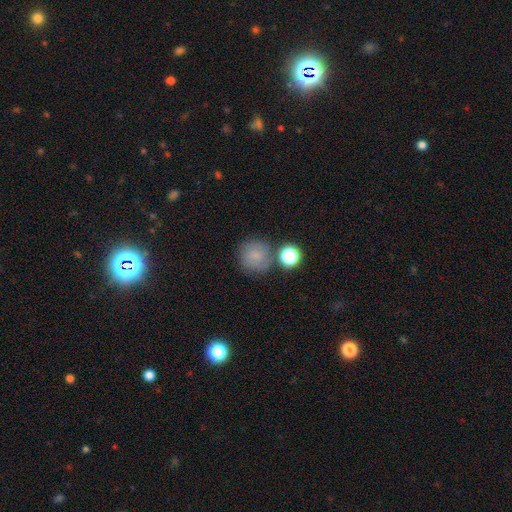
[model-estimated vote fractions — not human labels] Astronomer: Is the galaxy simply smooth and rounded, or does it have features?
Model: smooth — 77%.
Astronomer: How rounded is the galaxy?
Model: round — 91%.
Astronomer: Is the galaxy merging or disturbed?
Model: none — 69%.